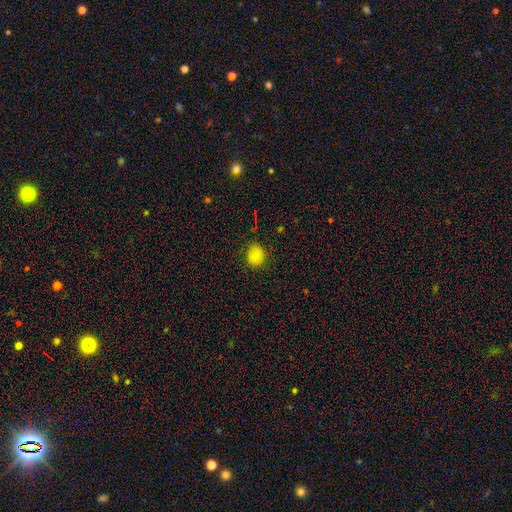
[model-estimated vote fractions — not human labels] Smooth or featured: smooth — 79% (star or artifact — 12%)
How rounded: round — 67% (in between — 32%)
Merging: none — 83% (minor disturbance — 13%)